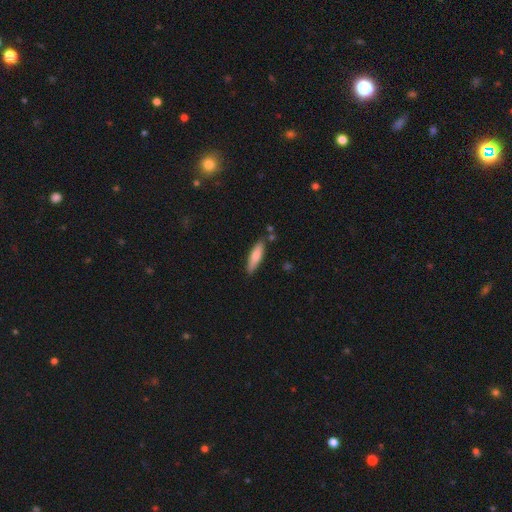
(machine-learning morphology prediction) This appears to be a smooth galaxy with no disk features (75%) that is cigar-shaped (72%). Merging: none (80%).